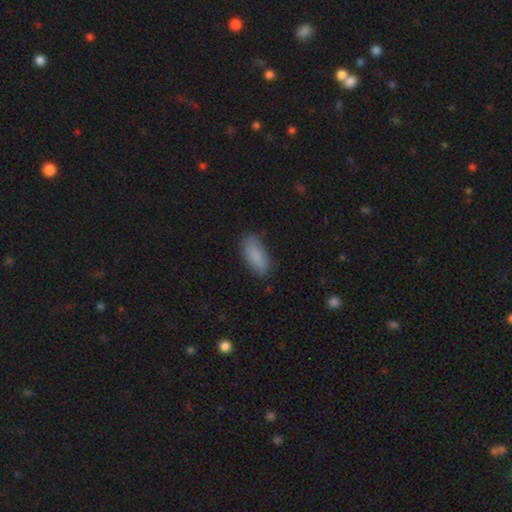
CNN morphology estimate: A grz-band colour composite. It shows a smooth galaxy with no disk features (88%) that is in between round and cigar-shaped (78%). Merging: none (82%).